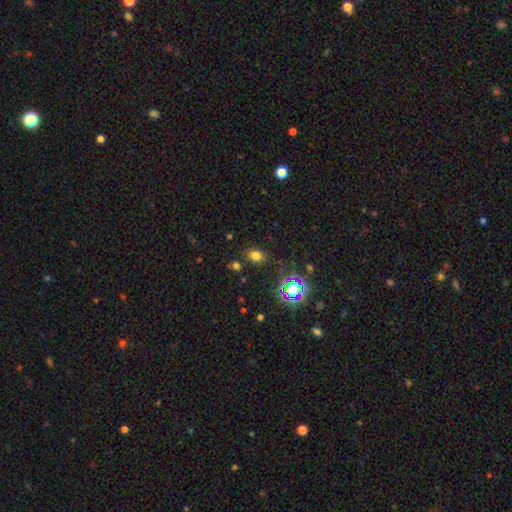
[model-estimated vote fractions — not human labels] Morphology: type=smooth (71%); roundness=in between (60%); merging=none (82%).